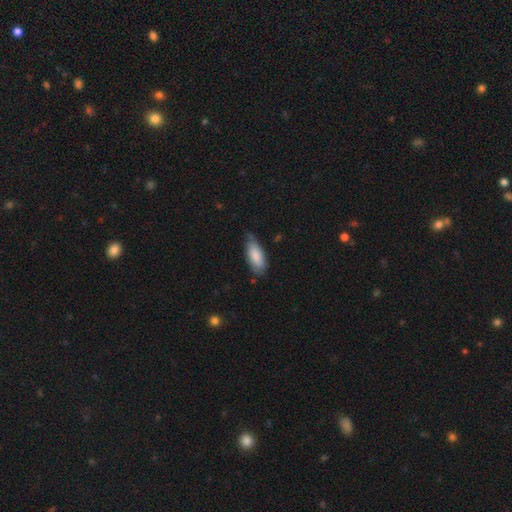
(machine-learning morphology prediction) Smooth or featured? Predicted: smooth (p=0.82). How rounded? Predicted: in between (p=0.83). Merging? Predicted: none (p=0.58).